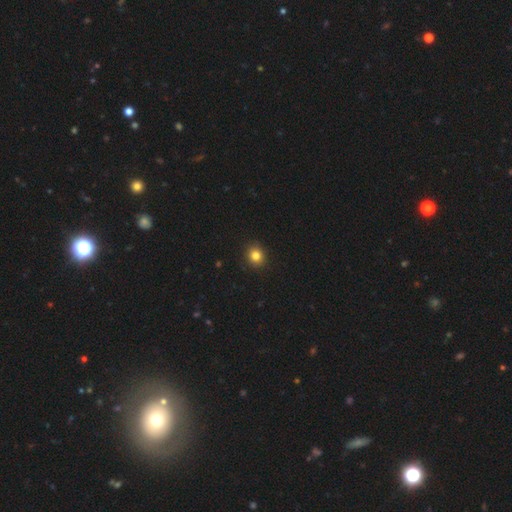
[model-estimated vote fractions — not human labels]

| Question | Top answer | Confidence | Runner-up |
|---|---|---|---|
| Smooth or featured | smooth | 82% | star or artifact (12%) |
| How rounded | round | 80% | in between (19%) |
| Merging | none | 92% | minor disturbance (6%) |